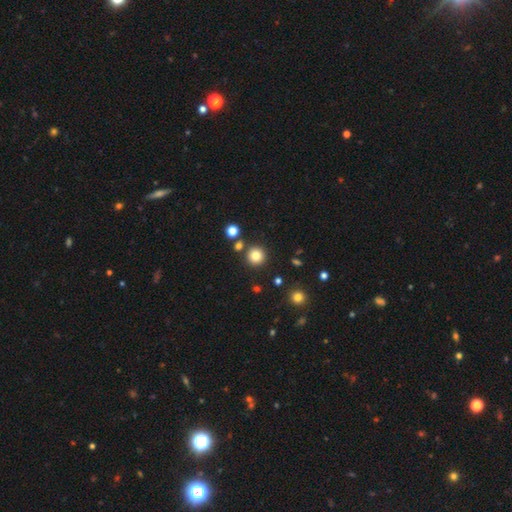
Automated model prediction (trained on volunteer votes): Smooth or featured? smooth (81%)
How rounded? round (95%)
Merging? none (87%)